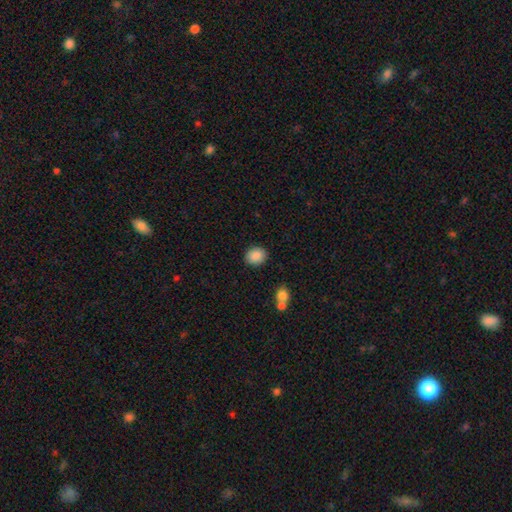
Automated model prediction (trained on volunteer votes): Overall: smooth (88%). How rounded: round (64%; in between 35%). Merging: none (88%).